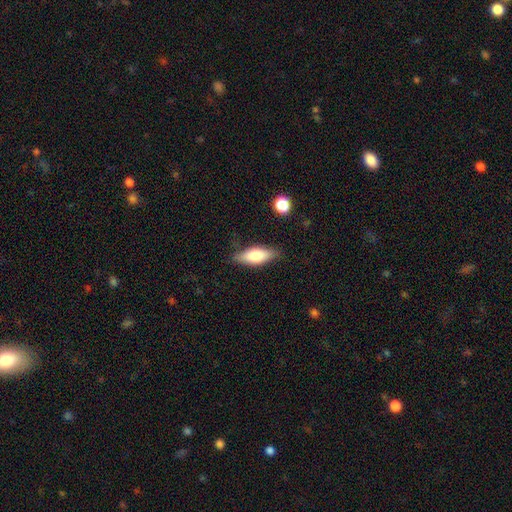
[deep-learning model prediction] smooth_or_featured: smooth (p=0.66) [alt: featured or disk p=0.27]
how_rounded: in between (p=0.69) [alt: cigar-shaped p=0.28]
merging: none (p=0.83) [alt: minor disturbance p=0.13]